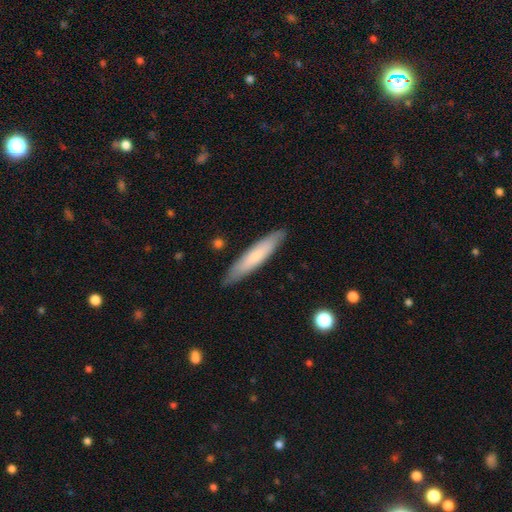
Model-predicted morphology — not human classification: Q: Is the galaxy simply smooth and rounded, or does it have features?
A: smooth — 71%.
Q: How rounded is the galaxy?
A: cigar-shaped — 87%.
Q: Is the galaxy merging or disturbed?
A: none — 88%.